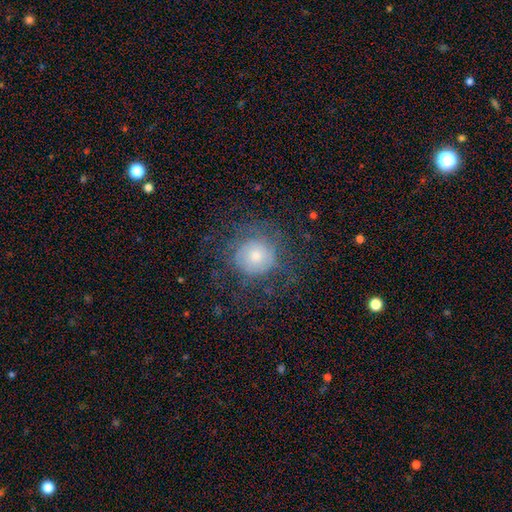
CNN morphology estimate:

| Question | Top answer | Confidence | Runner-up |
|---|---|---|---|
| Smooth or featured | smooth | 47% | featured or disk (42%) |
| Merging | none | 67% | minor disturbance (16%) |